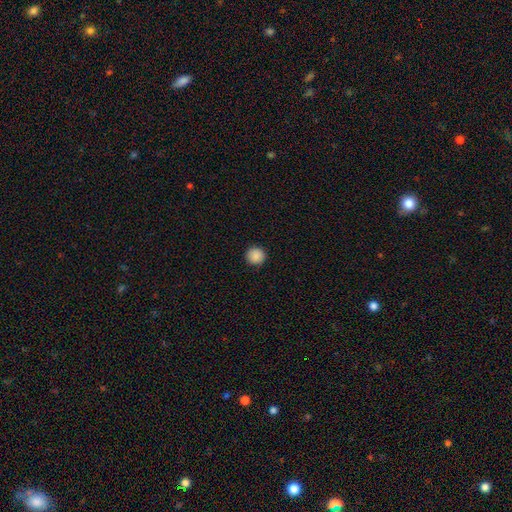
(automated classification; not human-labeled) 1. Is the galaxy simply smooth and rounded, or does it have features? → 88% smooth, 9% star or artifact, 3% featured or disk.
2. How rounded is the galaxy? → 95% round, 4% in between, 1% cigar-shaped.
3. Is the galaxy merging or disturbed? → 92% none, 5% minor disturbance, 2% major disturbance, 1% merger.